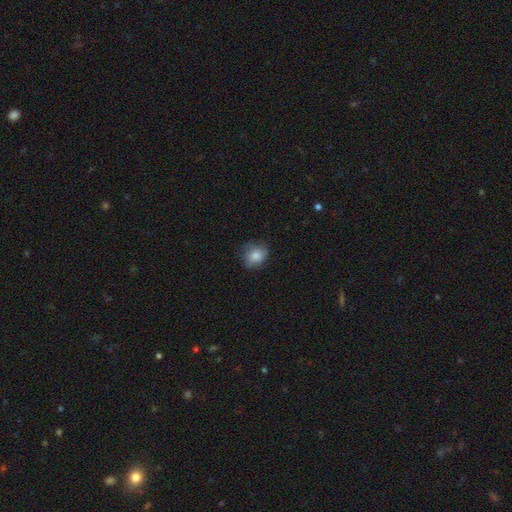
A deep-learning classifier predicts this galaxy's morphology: Q: Smooth or featured?
A: smooth (82%); runner-up: featured or disk (10%)
Q: How rounded?
A: round (66%); runner-up: in between (33%)
Q: Merging?
A: none (69%); runner-up: minor disturbance (23%)